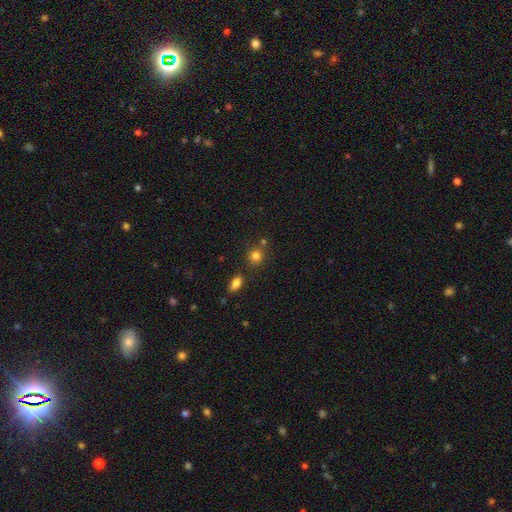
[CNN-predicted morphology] smooth 81%, star or artifact 13%, featured or disk 6%. Down the decision tree: how rounded — round (82%); merging — none (73%).